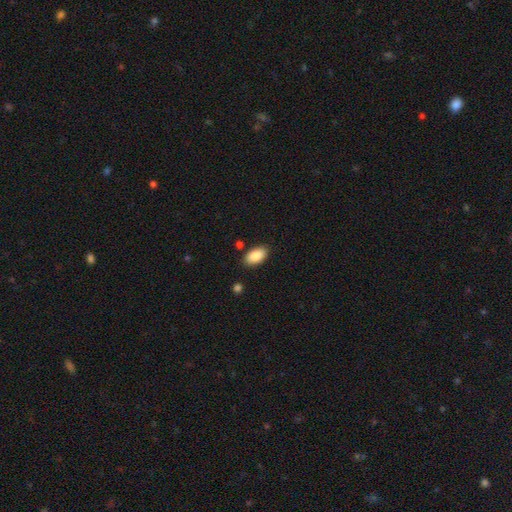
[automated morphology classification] A smooth galaxy with no disk features (89%) that is in between round and cigar-shaped (94%).

Vote fractions:
- Smooth or featured? smooth: 89% / star or artifact: 7% / featured or disk: 5%
- How rounded? in between: 94% / round: 4% / cigar-shaped: 2%
- Merging? none: 85% / minor disturbance: 10% / merger: 2% / major disturbance: 2%